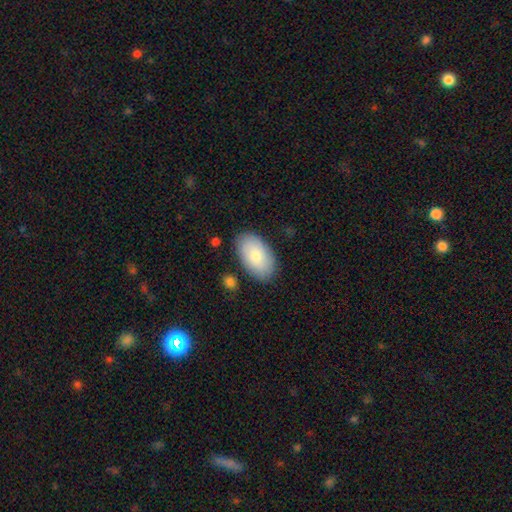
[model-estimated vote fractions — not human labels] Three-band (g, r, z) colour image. It shows a smooth galaxy with no disk features (80%) that is in between round and cigar-shaped (95%). Merging: none (83%).